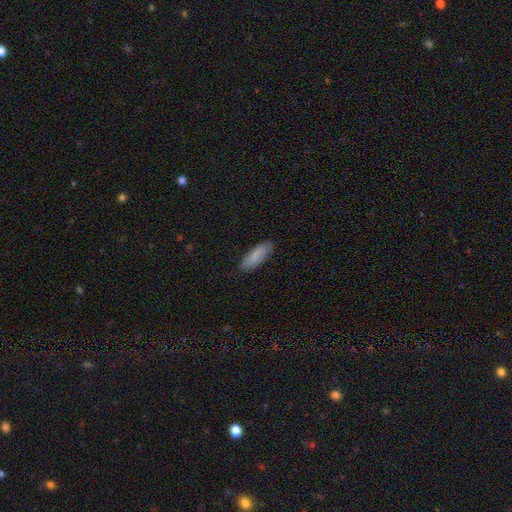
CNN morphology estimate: Q: Smooth or featured?
A: smooth (85%); runner-up: featured or disk (9%)
Q: How rounded?
A: in between (52%); runner-up: cigar-shaped (47%)
Q: Merging?
A: none (85%); runner-up: minor disturbance (12%)